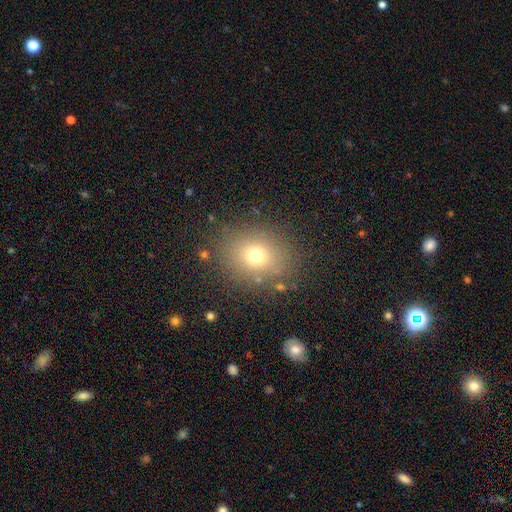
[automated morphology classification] Smooth or featured? smooth (71%)
How rounded? round (58%)
Merging? none (84%)